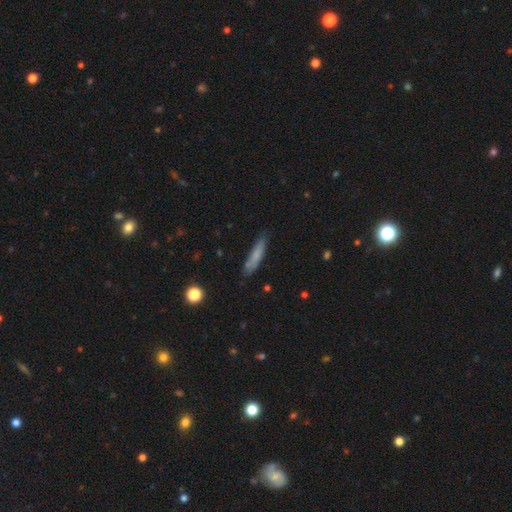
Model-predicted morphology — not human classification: Overall: smooth (74%). How rounded: cigar-shaped (83%). Merging: none (79%).